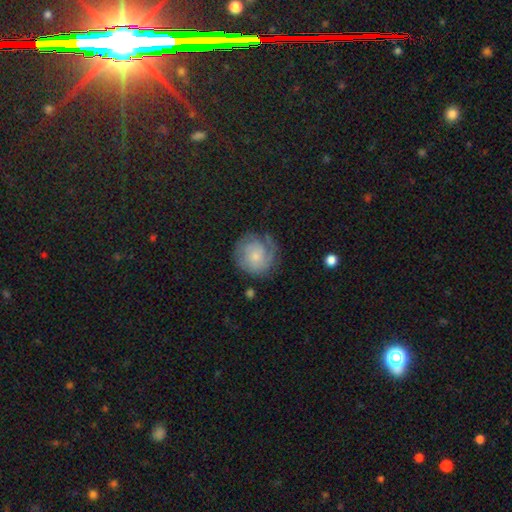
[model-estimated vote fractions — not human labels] A featured or disk galaxy (57%) with no bar (78%), spiral arms (85%) and a small central bulge (59%).

Vote fractions:
- Smooth or featured? featured or disk: 57% / smooth: 36% / star or artifact: 7%
- Edge-on disk? no: 98% / yes: 2%
- Bar? no: 78% / weak: 19% / strong: 3%
- Spiral arms? yes: 85% / no: 15%
- Bulge size? small: 59% / moderate: 28% / none: 8% / large: 4% / dominant: 2%
- Merging? none: 64% / minor disturbance: 21% / major disturbance: 13% / merger: 2%